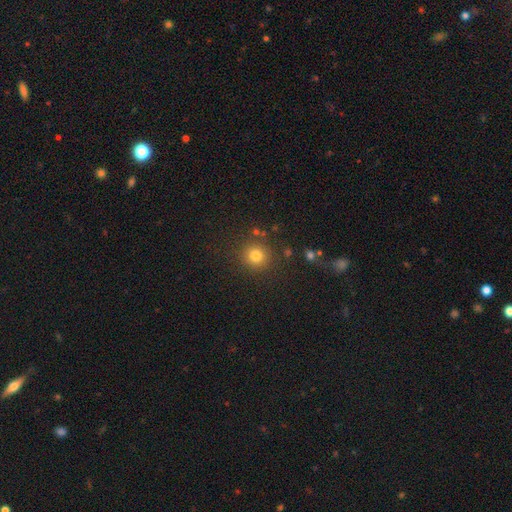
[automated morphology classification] Smooth or featured: smooth — 80% (star or artifact — 14%)
How rounded: round — 92% (in between — 7%)
Merging: none — 86% (minor disturbance — 8%)